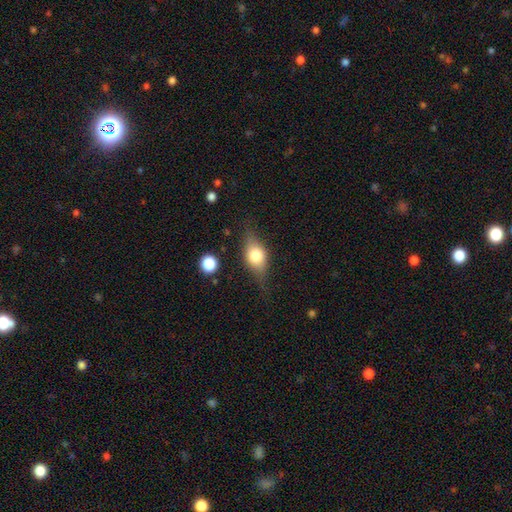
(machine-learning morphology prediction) Smooth or featured?
  - smooth: 55% *
  - featured or disk: 36%
  - star or artifact: 8%
How rounded?
  - in between: 69% *
  - round: 22%
  - cigar-shaped: 9%
Merging?
  - none: 69% *
  - minor disturbance: 22%
  - major disturbance: 8%
  - merger: 2%